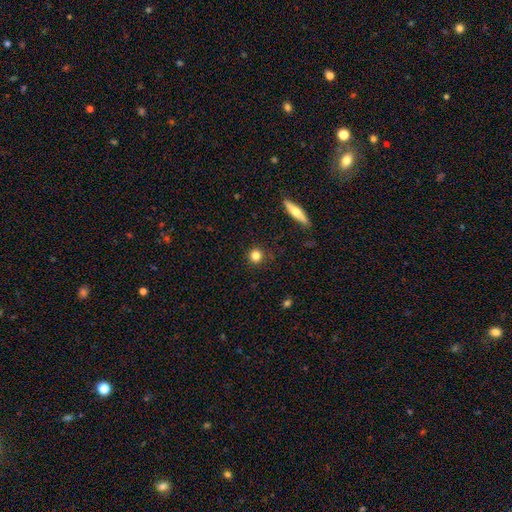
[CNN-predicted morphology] A smooth galaxy with no disk features (82%) that is round (93%).

Vote fractions:
- Smooth or featured? smooth: 82% / star or artifact: 10% / featured or disk: 8%
- How rounded? round: 93% / in between: 6% / cigar-shaped: 2%
- Merging? none: 90% / minor disturbance: 7% / major disturbance: 2% / merger: 1%